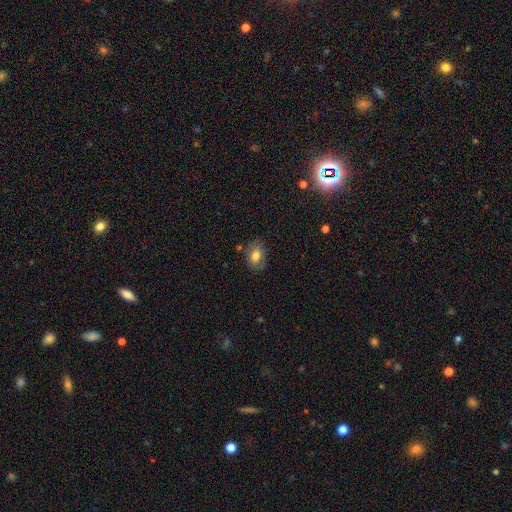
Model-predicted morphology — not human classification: smooth 76%, featured or disk 15%, star or artifact 9%. Down the decision tree: how rounded — in between (72%); merging — none (76%).